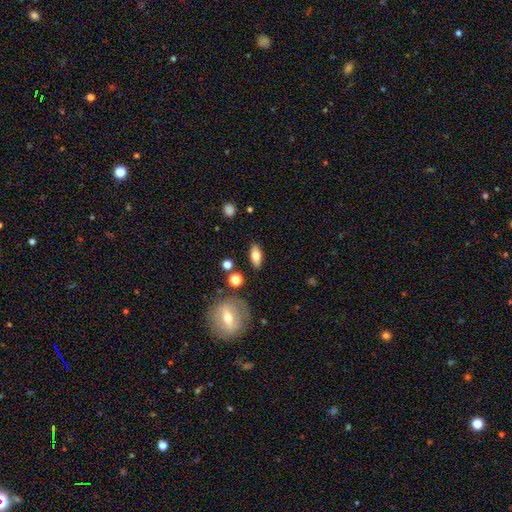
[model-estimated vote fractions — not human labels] This is likely a smooth galaxy (72%). How rounded: clearly in between (81%). Merging: clearly none (84%).